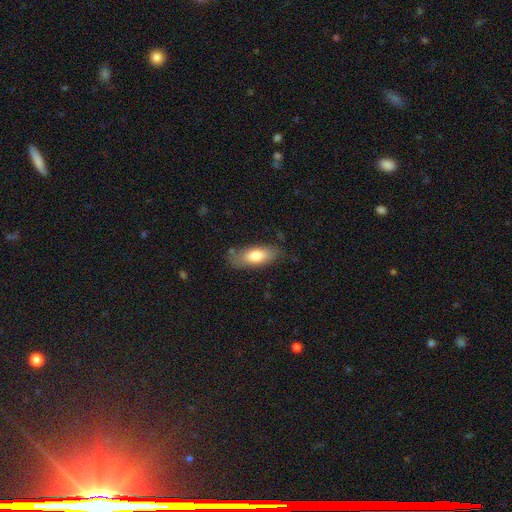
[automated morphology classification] This appears to be a smooth galaxy with no disk features (77%) that is in between round and cigar-shaped (78%). Merging: none (71%).